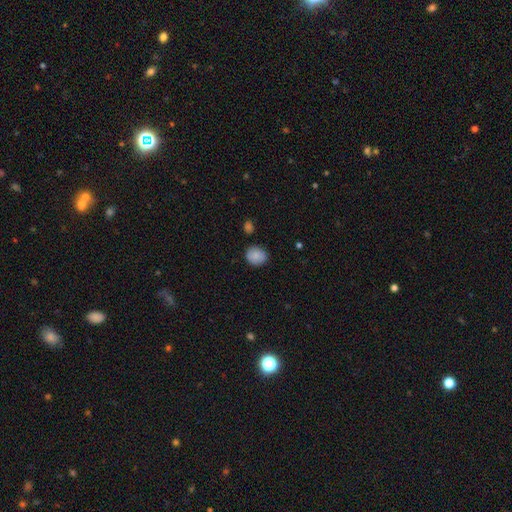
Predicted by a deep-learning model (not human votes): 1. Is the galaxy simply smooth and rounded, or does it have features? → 84% smooth, 8% featured or disk, 8% star or artifact.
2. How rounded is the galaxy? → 69% round, 30% in between, 1% cigar-shaped.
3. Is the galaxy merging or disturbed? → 80% none, 15% minor disturbance, 3% major disturbance, 2% merger.